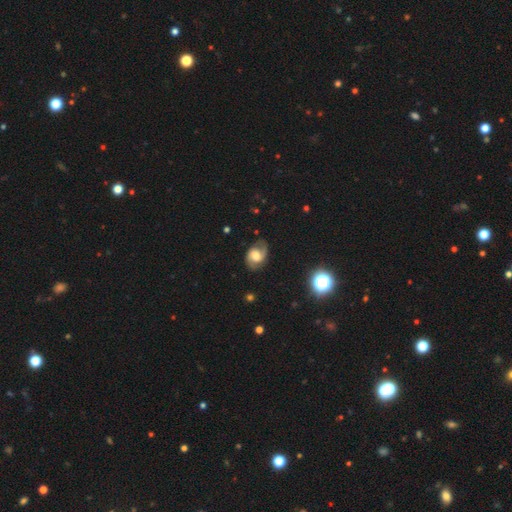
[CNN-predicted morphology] Smooth or featured? Predicted: featured or disk (p=0.76). Edge-on disk? Predicted: no (p=0.97). Bar? Predicted: no (p=0.49). Spiral arms? Predicted: yes (p=0.94). Spiral winding? Predicted: medium (p=0.51). Spiral arm count? Predicted: 2 (p=0.89). Bulge size? Predicted: moderate (p=0.48). Merging? Predicted: none (p=0.76).